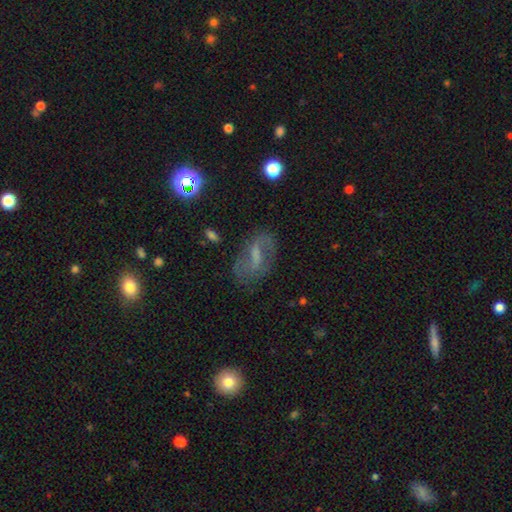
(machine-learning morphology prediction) featured or disk 62%, smooth 26%, star or artifact 12%. Down the decision tree: edge-on disk — no (93%); bar — weak (45%); spiral arms — yes (74%); bulge size — none (35%); merging — none (73%).